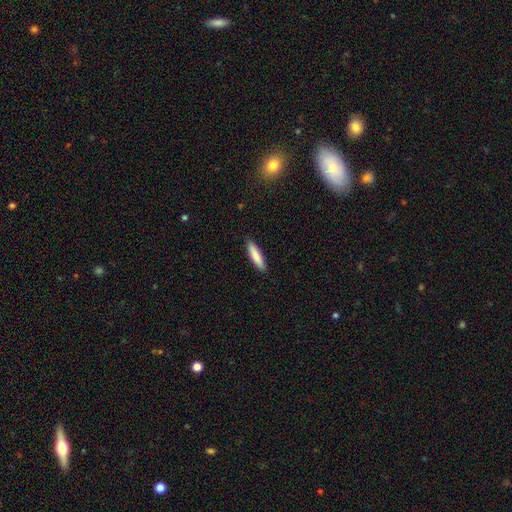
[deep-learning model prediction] Morphology: type=smooth (86%); roundness=cigar-shaped (80%); merging=none (90%).